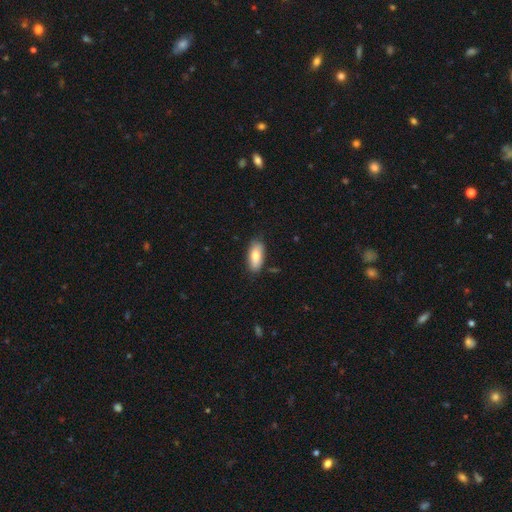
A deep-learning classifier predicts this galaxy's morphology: Q: Smooth or featured?
A: smooth (77%); runner-up: featured or disk (16%)
Q: How rounded?
A: in between (86%); runner-up: cigar-shaped (12%)
Q: Merging?
A: none (80%); runner-up: minor disturbance (15%)